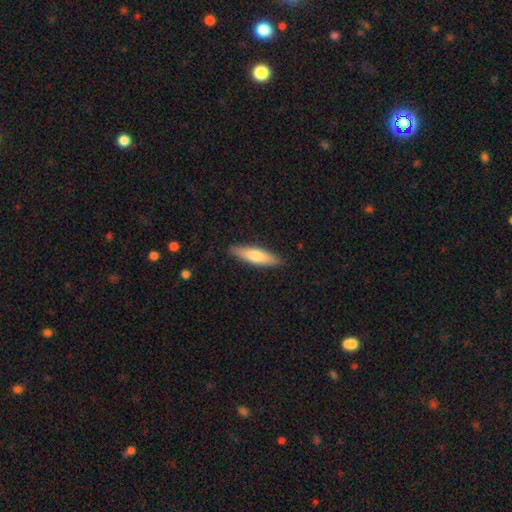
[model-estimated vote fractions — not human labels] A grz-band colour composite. It shows a smooth galaxy with no disk features (66%) that is cigar-shaped (72%). Merging: none (88%).